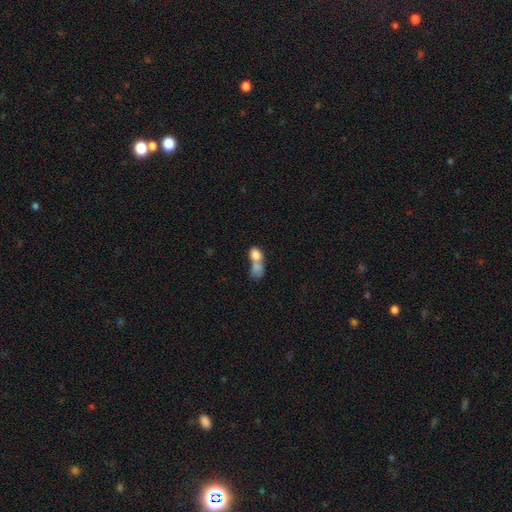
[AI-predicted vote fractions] This is likely a smooth galaxy (77%). How rounded: likely in between (61%). Merging: likely merger (71%).